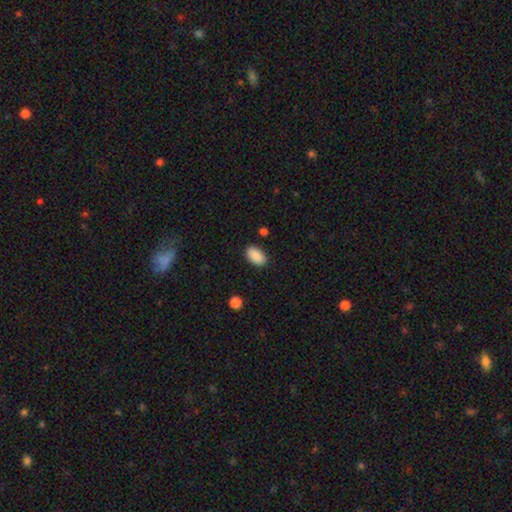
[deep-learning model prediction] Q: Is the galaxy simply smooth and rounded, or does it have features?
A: smooth — 89%.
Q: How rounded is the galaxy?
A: in between — 93%.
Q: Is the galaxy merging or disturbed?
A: none — 86%.